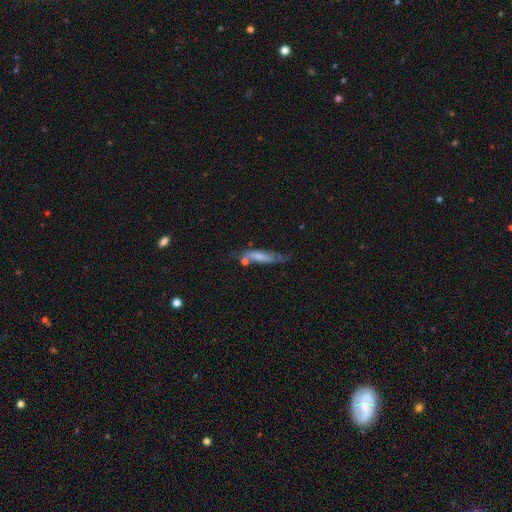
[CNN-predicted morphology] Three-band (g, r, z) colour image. It shows a smooth galaxy with no disk features (49%). Merging: none (55%).